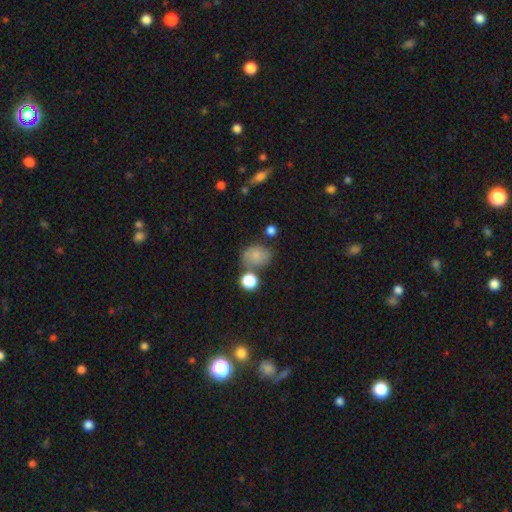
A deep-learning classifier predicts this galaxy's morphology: smooth 75%, featured or disk 14%, star or artifact 11%. Down the decision tree: how rounded — in between (53%); merging — none (54%).